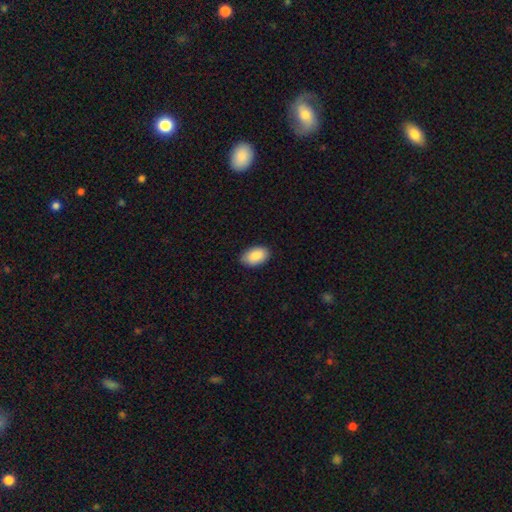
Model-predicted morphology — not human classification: Smooth or featured? smooth (89%)
How rounded? in between (93%)
Merging? none (87%)